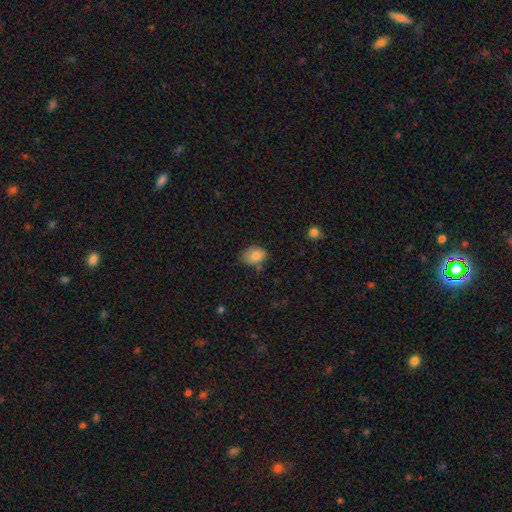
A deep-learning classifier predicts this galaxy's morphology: A smooth galaxy with no disk features (83%) that is in between round and cigar-shaped (69%).

Vote fractions:
- Smooth or featured? smooth: 83% / featured or disk: 9% / star or artifact: 8%
- How rounded? in between: 69% / round: 30% / cigar-shaped: 1%
- Merging? none: 69% / minor disturbance: 23% / merger: 4% / major disturbance: 4%